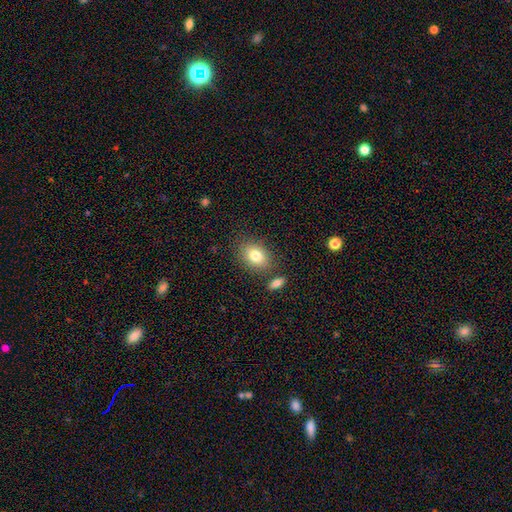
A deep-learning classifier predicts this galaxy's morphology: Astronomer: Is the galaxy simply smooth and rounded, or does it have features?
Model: smooth — 80%.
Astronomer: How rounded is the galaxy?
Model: in between — 72%.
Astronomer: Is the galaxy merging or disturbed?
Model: none — 78%.